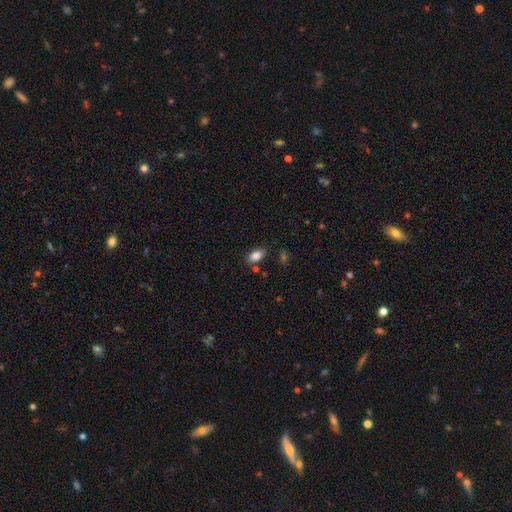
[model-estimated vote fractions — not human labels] Smooth or featured? smooth (84%)
How rounded? in between (90%)
Merging? none (76%)